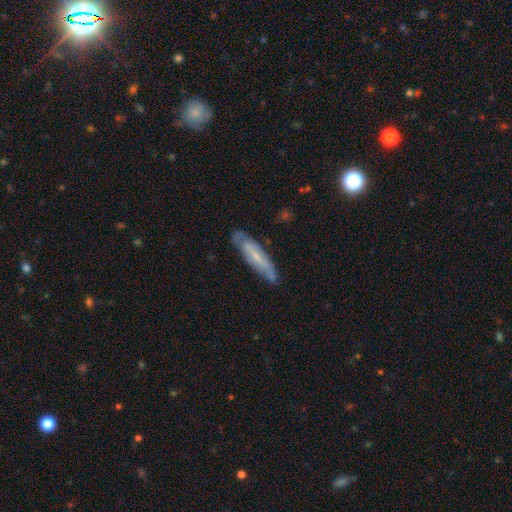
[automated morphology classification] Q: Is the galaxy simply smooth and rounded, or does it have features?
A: featured or disk — 57%.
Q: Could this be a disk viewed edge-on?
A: no — 61%.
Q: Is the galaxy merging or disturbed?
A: none — 73%.